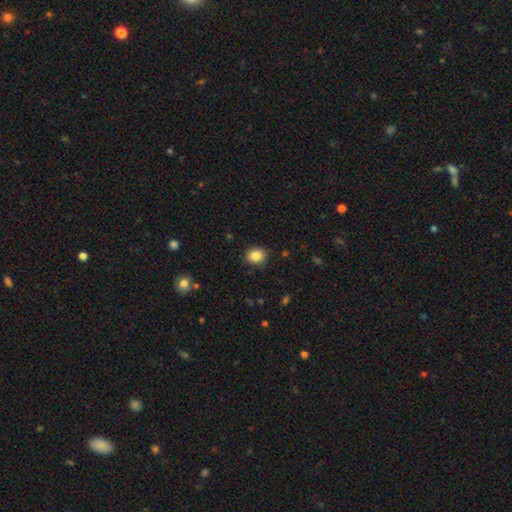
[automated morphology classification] Smooth or featured? smooth (85%)
How rounded? round (80%)
Merging? none (90%)